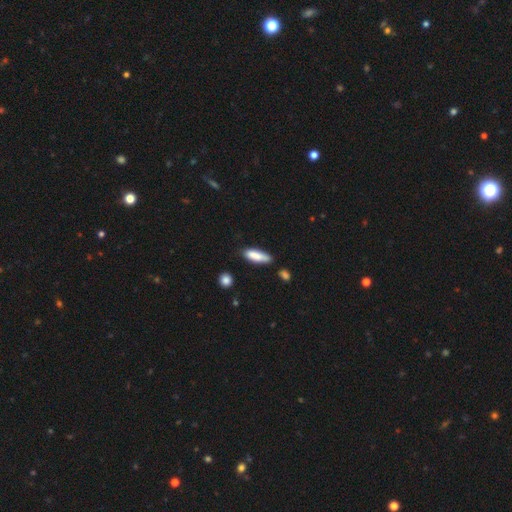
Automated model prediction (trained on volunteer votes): A smooth galaxy with no disk features (84%) that is cigar-shaped (51%).

Vote fractions:
- Smooth or featured? smooth: 84% / featured or disk: 10% / star or artifact: 6%
- How rounded? cigar-shaped: 51% / in between: 47% / round: 2%
- Merging? none: 66% / minor disturbance: 25% / major disturbance: 5% / merger: 5%